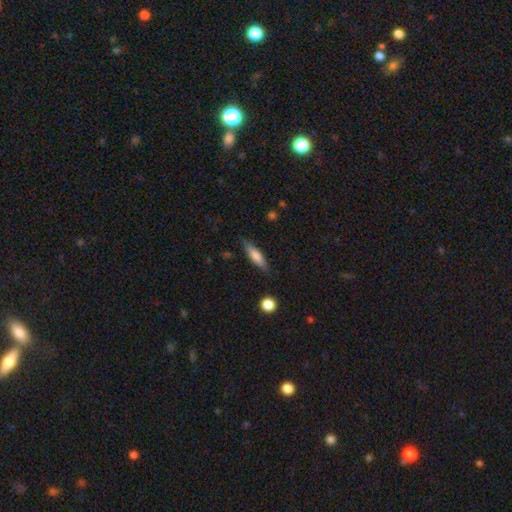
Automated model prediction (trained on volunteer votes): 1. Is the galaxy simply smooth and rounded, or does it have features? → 66% smooth, 27% featured or disk, 7% star or artifact.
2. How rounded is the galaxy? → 69% cigar-shaped, 29% in between, 2% round.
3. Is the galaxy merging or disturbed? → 83% none, 13% minor disturbance, 3% major disturbance, 2% merger.